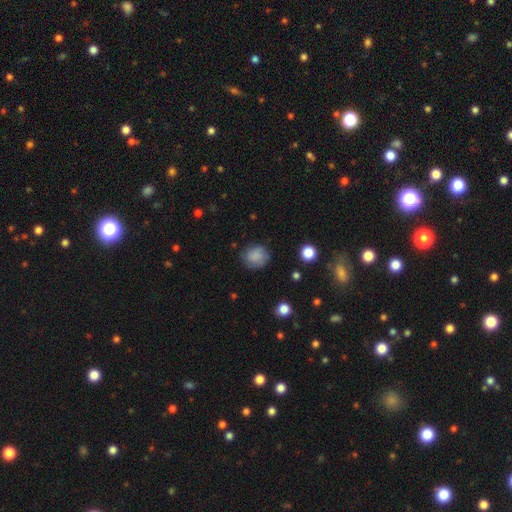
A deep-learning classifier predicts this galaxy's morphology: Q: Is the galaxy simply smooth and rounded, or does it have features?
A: smooth — 80%.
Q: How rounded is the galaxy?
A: round — 79%.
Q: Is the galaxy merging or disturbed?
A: none — 74%.